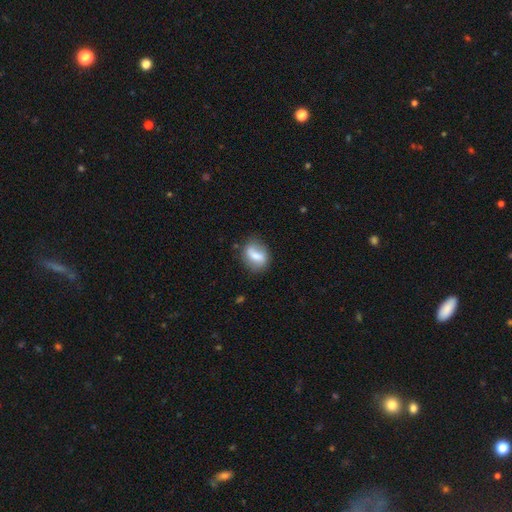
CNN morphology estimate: smooth-or-featured: smooth: 57% | featured or disk: 36% | star or artifact: 7%
  how-rounded: in between: 61% | round: 35% | cigar-shaped: 4%
  merging: none: 69% | minor disturbance: 21% | major disturbance: 7% | merger: 3%